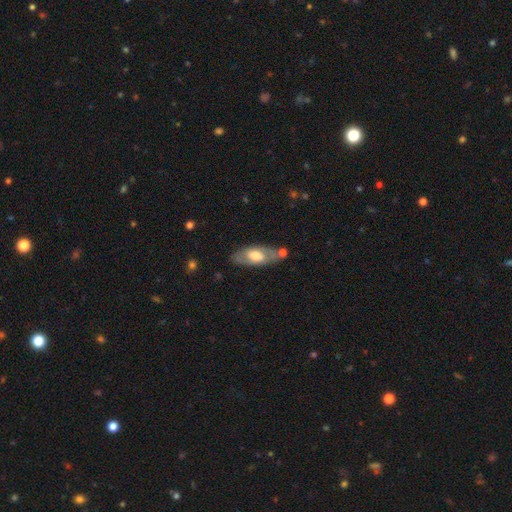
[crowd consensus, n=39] A smooth galaxy with no disk features (54%) that is in between round and cigar-shaped (76%). Merging: none (69%).